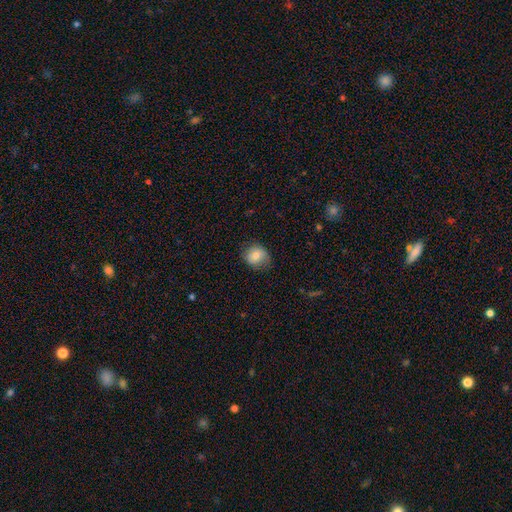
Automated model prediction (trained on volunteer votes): Smooth or featured? smooth (76%)
How rounded? round (74%)
Merging? none (74%)